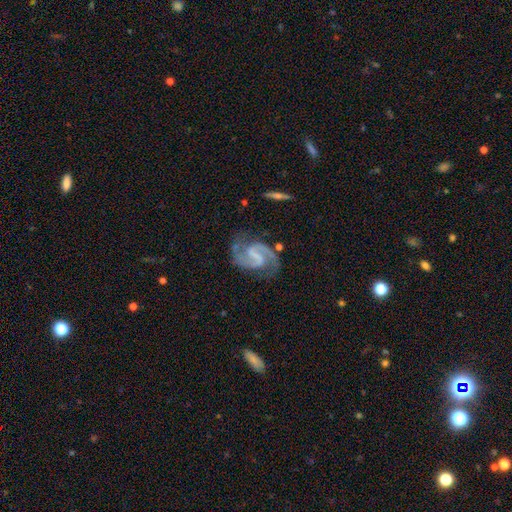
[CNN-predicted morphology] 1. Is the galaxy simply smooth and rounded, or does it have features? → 92% featured or disk, 4% star or artifact, 4% smooth.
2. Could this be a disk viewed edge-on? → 98% no, 2% yes.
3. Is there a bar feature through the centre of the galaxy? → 46% weak, 38% strong, 16% no.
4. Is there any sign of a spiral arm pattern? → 98% yes, 2% no.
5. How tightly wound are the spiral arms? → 61% medium, 20% tight, 19% loose.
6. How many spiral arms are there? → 94% 2, 2% can't tell, 1% 1, 1% 3, 1% 4, 1% more than 4.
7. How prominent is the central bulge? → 59% none, 28% small, 10% moderate, 2% large, 1% dominant.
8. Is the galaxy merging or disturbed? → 76% none, 16% minor disturbance, 7% major disturbance, 2% merger.